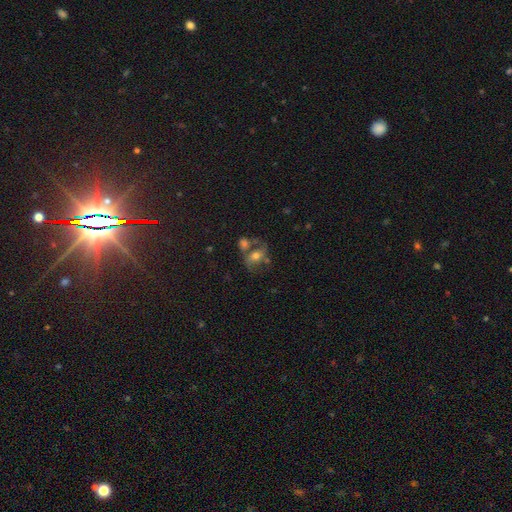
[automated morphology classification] type=featured or disk (54%); edge-on=no (95%); bar=no (53%); spiral arms=yes (72%); bulge=moderate (68%); merging=none (44%).